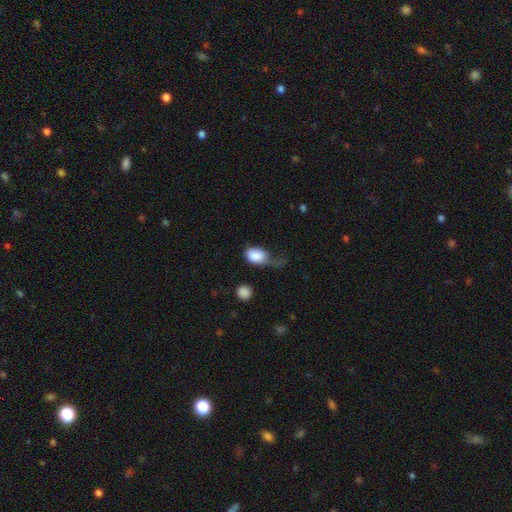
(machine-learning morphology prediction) This is clearly a smooth galaxy (85%). How rounded: clearly in between (80%). Merging: marginally major disturbance (39%).